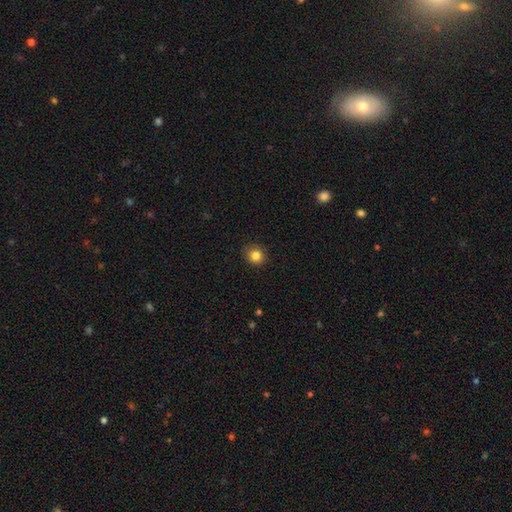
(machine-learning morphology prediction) Smooth or featured?
  - smooth: 83% *
  - star or artifact: 11%
  - featured or disk: 5%
How rounded?
  - round: 81% *
  - in between: 19%
  - cigar-shaped: 1%
Merging?
  - none: 87% *
  - minor disturbance: 9%
  - major disturbance: 2%
  - merger: 1%